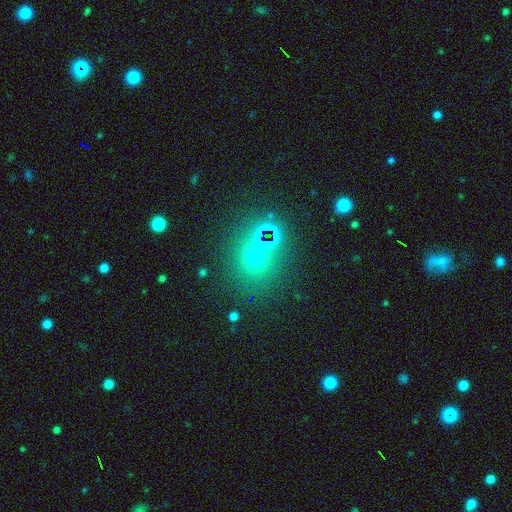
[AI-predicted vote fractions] A smooth galaxy with no disk features (60%) that is round (81%).

Vote fractions:
- Smooth or featured? smooth: 60% / star or artifact: 30% / featured or disk: 10%
- How rounded? round: 81% / in between: 18% / cigar-shaped: 1%
- Merging? none: 74% / merger: 11% / minor disturbance: 10% / major disturbance: 5%